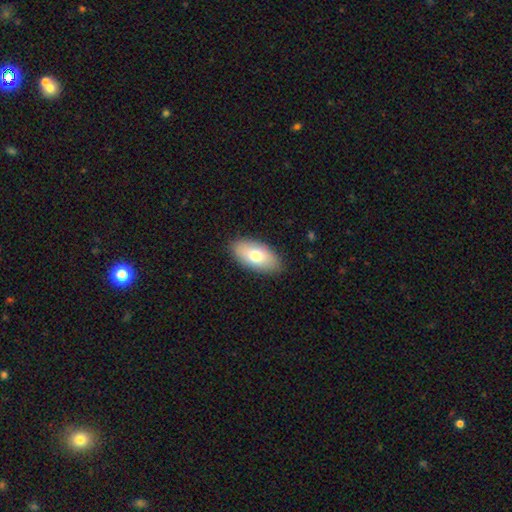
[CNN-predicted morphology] The model was most divided on "smooth or featured": smooth: 75%, featured or disk: 19%, star or artifact: 6%. More confident: how rounded — in between (93%); merging — none (86%).